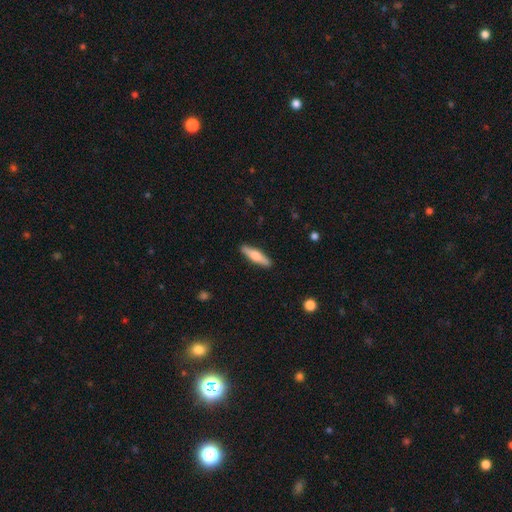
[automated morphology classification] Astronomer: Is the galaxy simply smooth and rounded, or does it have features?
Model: smooth — 58% (runner-up: featured or disk, 37%).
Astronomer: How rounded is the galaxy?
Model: cigar-shaped — 75%.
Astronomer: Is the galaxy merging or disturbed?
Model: none — 89%.